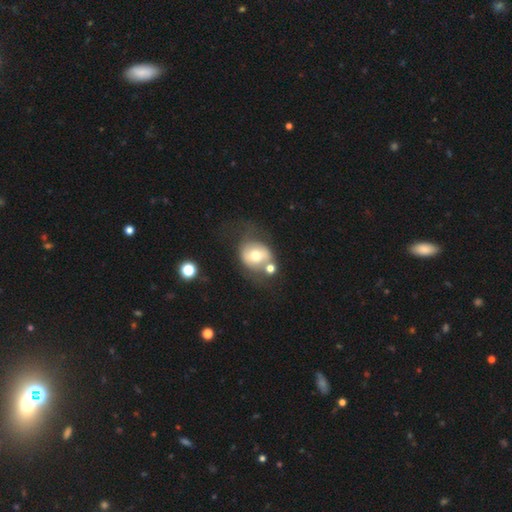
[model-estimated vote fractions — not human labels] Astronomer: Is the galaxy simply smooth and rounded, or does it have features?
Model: smooth — 50% (runner-up: featured or disk, 41%).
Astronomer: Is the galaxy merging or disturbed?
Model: none — 41% (runner-up: merger, 22%).